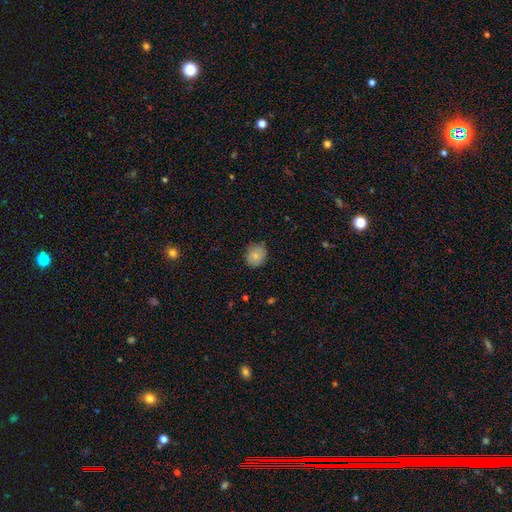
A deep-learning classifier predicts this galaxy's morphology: Smooth or featured: smooth — 82% (featured or disk — 10%)
How rounded: round — 74% (in between — 25%)
Merging: none — 81% (minor disturbance — 15%)